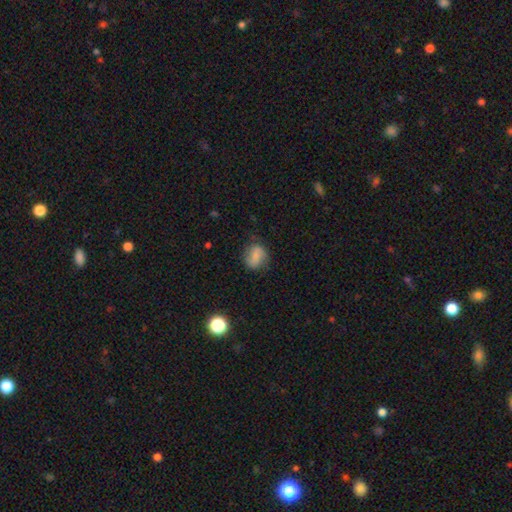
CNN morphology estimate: Smooth or featured?
  - smooth: 67% *
  - featured or disk: 24%
  - star or artifact: 10%
How rounded?
  - round: 50% *
  - in between: 48%
  - cigar-shaped: 2%
Merging?
  - none: 69% *
  - minor disturbance: 22%
  - major disturbance: 7%
  - merger: 2%